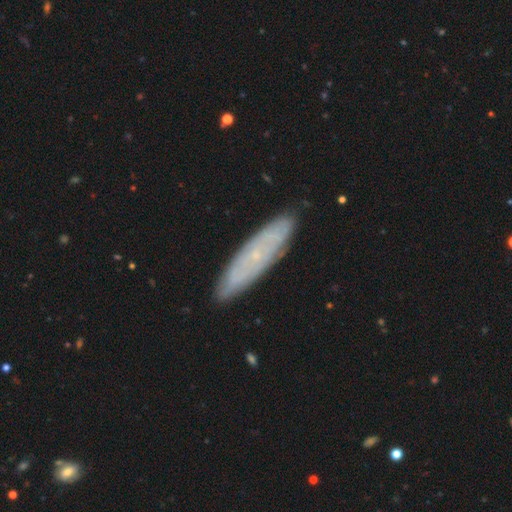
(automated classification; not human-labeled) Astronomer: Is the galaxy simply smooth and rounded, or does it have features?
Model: featured or disk — 60%.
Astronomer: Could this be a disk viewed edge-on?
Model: no — 63%.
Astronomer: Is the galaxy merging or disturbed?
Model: none — 87%.